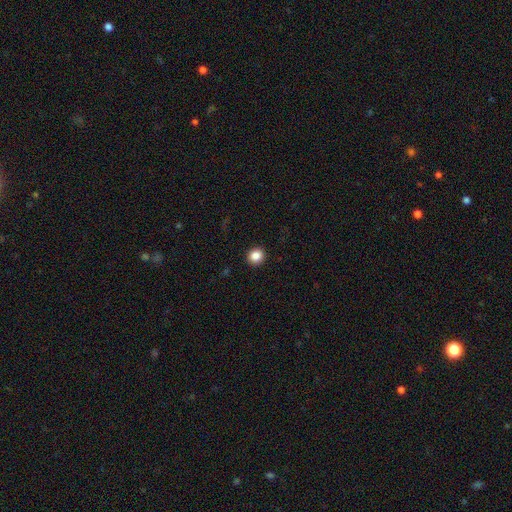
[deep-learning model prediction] The model was most divided on "smooth or featured": smooth: 86%, star or artifact: 10%, featured or disk: 4%. More confident: merging — none (93%); how rounded — round (90%).